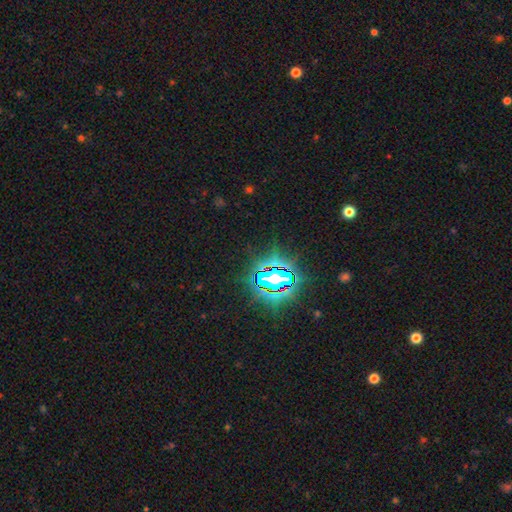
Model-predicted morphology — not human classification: star or artifact 81%, smooth 11%, featured or disk 8%.